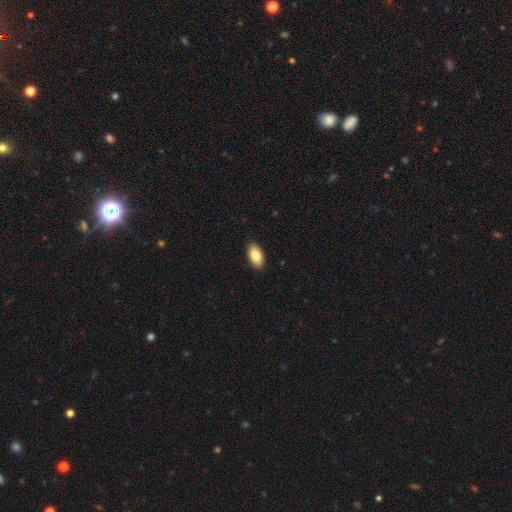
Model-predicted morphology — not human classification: A smooth galaxy with no disk features (83%) that is in between round and cigar-shaped (95%). Merging: none (90%).